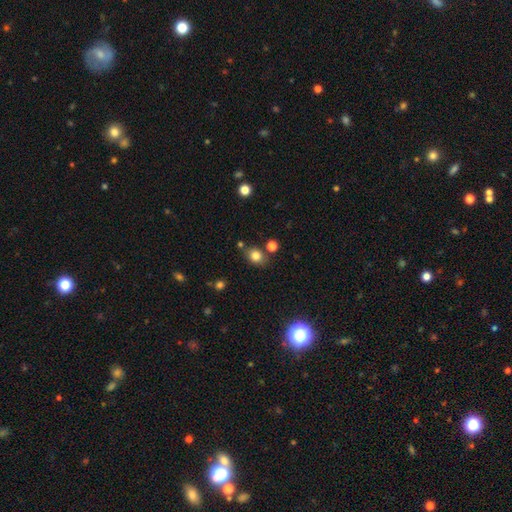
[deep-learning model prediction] Smooth or featured? smooth (81%)
How rounded? round (55%)
Merging? none (74%)